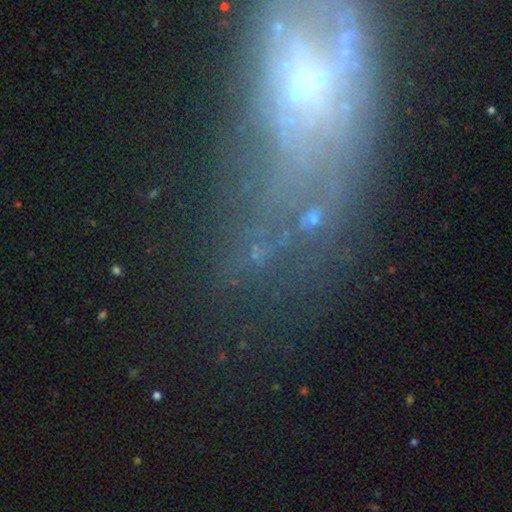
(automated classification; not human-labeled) Morphology: type=star or artifact (41%).